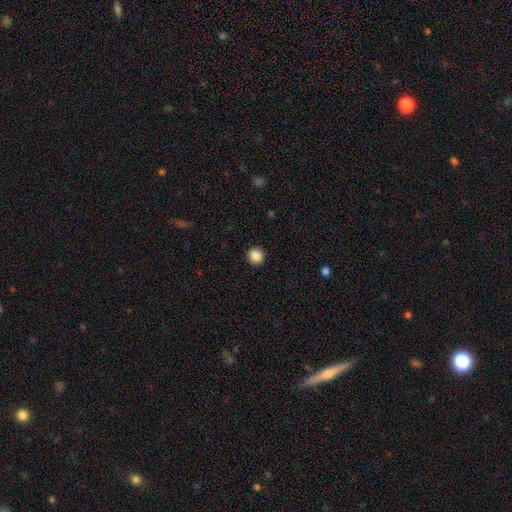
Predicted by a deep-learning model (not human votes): A smooth galaxy with no disk features (87%) that is round (93%).

Vote fractions:
- Smooth or featured? smooth: 87% / star or artifact: 10% / featured or disk: 3%
- How rounded? round: 93% / in between: 6% / cigar-shaped: 1%
- Merging? none: 93% / minor disturbance: 4% / major disturbance: 2% / merger: 1%